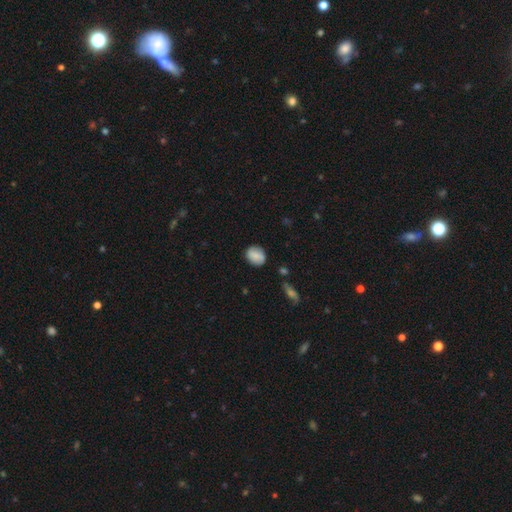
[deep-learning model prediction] Q: Smooth or featured?
A: smooth (78%); runner-up: featured or disk (14%)
Q: How rounded?
A: round (54%); runner-up: in between (45%)
Q: Merging?
A: none (79%); runner-up: minor disturbance (15%)